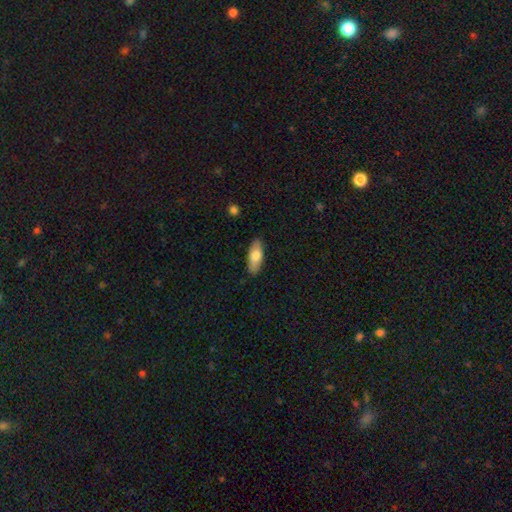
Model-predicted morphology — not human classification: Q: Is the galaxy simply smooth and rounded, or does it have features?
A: smooth — 74%.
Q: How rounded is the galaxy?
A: in between — 76%.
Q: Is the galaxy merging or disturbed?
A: none — 88%.